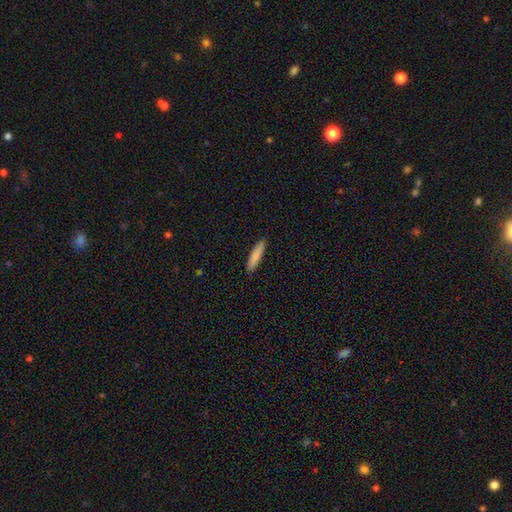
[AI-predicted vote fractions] This appears to be a smooth galaxy with no disk features (85%) that is cigar-shaped (84%). Merging: none (90%).